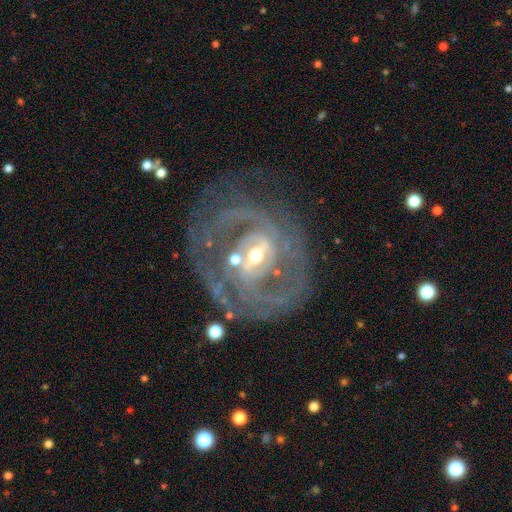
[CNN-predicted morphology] Smooth or featured? featured or disk (89%)
Edge-on disk? no (97%)
Bar? weak (45%)
Spiral arms? yes (94%)
Spiral winding? tight (56%)
Spiral arm count? 2 (48%)
Bulge size? small (53%)
Merging? none (63%)